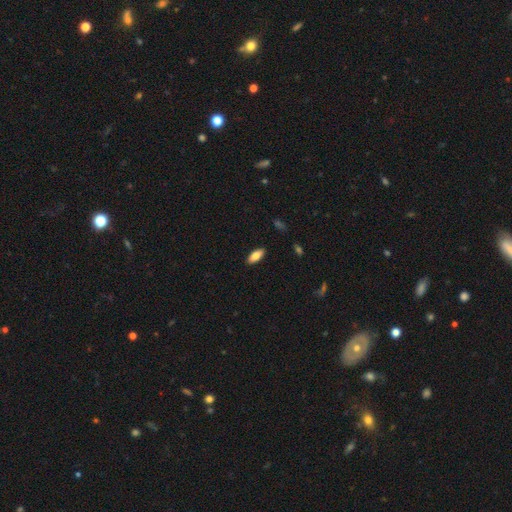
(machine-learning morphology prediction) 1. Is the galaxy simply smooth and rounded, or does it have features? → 80% smooth, 13% featured or disk, 7% star or artifact.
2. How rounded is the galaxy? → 83% in between, 15% cigar-shaped, 2% round.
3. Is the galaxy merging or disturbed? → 89% none, 8% minor disturbance, 2% major disturbance, 1% merger.